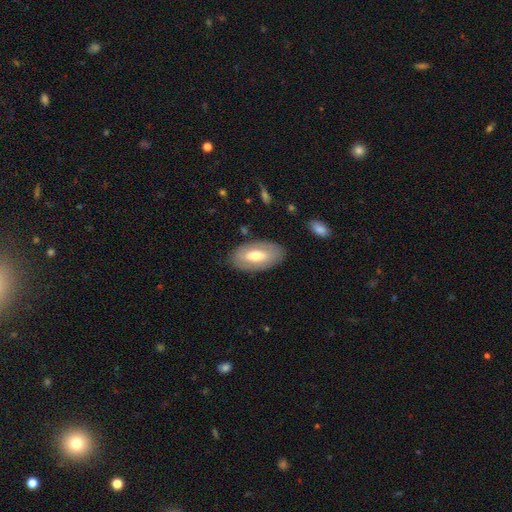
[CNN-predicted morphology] This appears to be a smooth galaxy with no disk features (51%) that is in between round and cigar-shaped (93%). Merging: none (83%).